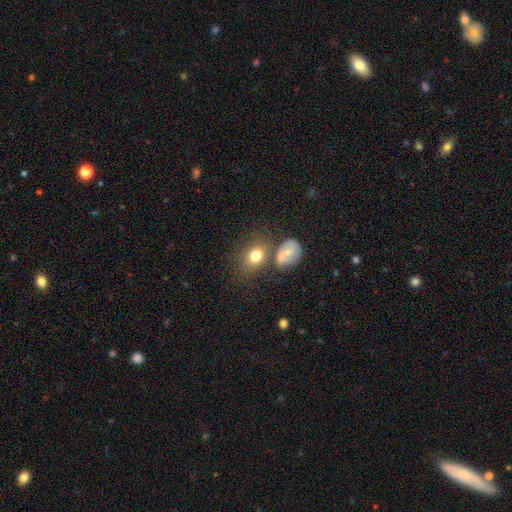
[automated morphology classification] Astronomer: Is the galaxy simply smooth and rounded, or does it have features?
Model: smooth — 77%.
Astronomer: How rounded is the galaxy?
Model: in between — 56% (runner-up: round, 43%).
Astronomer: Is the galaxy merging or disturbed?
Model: none — 57%.